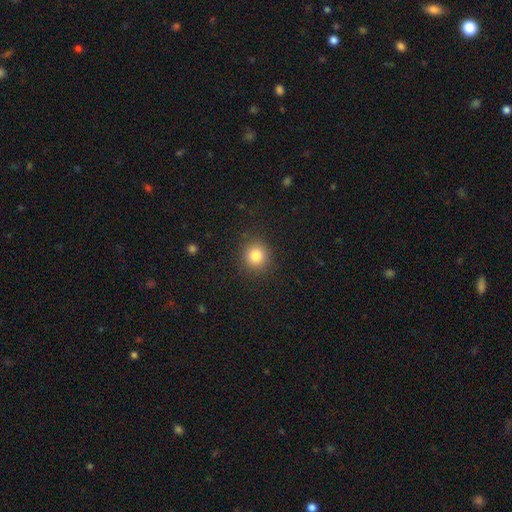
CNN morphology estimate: smooth_or_featured: smooth (p=0.83) [alt: star or artifact p=0.11]
how_rounded: round (p=0.90) [alt: in between p=0.09]
merging: none (p=0.89) [alt: minor disturbance p=0.07]